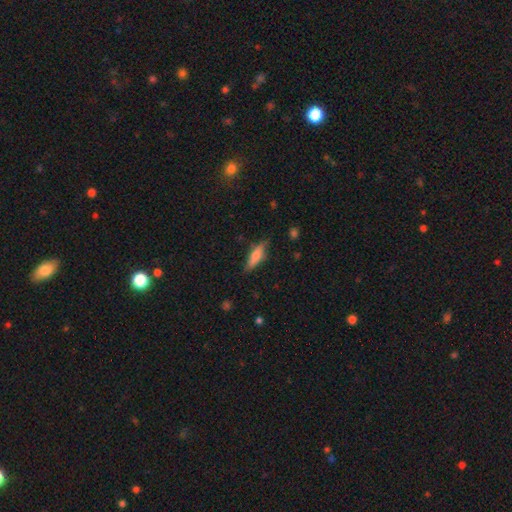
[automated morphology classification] Smooth or featured?
  - smooth: 64% *
  - featured or disk: 29%
  - star or artifact: 7%
How rounded?
  - cigar-shaped: 63% *
  - in between: 35%
  - round: 2%
Merging?
  - none: 78% *
  - minor disturbance: 17%
  - major disturbance: 3%
  - merger: 2%